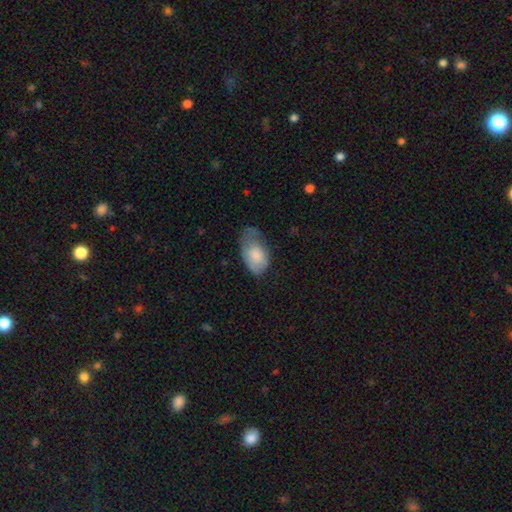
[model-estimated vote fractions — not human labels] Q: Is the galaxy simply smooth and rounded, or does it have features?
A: smooth — 73%.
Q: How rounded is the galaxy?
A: in between — 93%.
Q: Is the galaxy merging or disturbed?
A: minor disturbance — 41%.